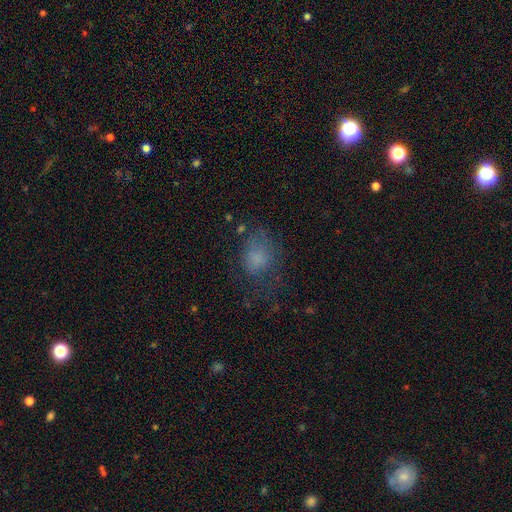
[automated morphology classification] Overall: smooth (61%). How rounded: round (50%; in between 48%). Merging: none (54%; minor disturbance 23%).